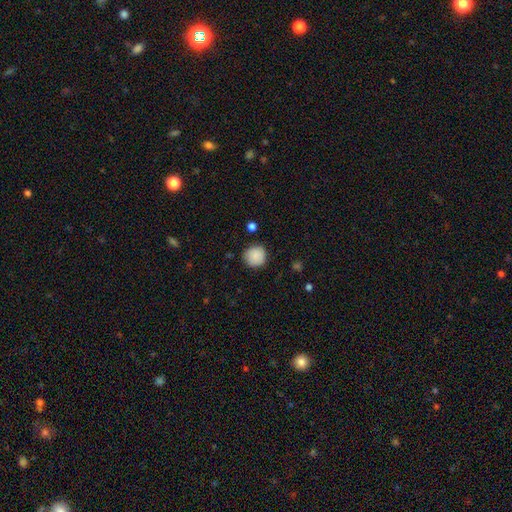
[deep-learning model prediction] This appears to be a smooth galaxy with no disk features (88%) that is round (92%). Merging: none (85%).